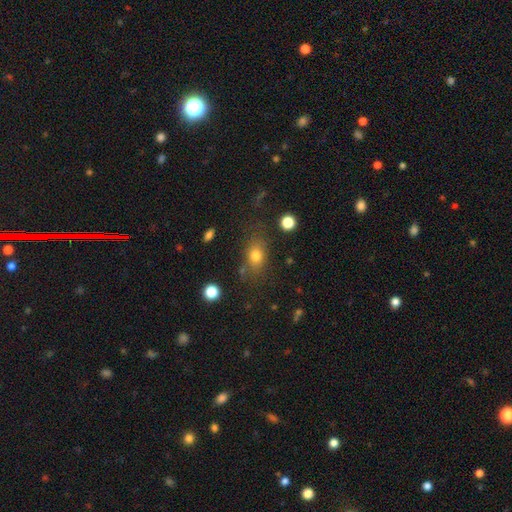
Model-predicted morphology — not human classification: smooth_or_featured: smooth (p=0.74) [alt: star or artifact p=0.14]
how_rounded: in between (p=0.66) [alt: round p=0.30]
merging: none (p=0.70) [alt: minor disturbance p=0.17]